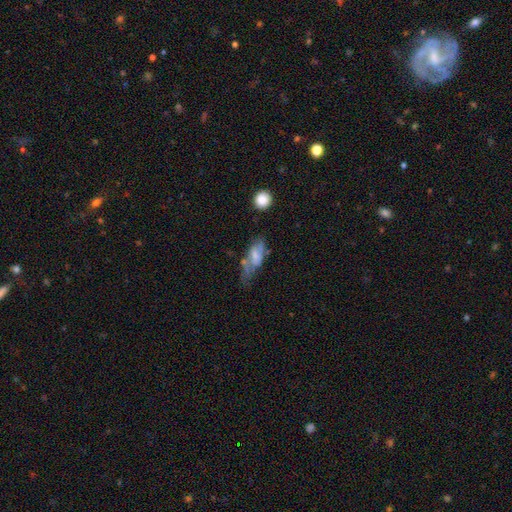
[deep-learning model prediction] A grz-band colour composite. It shows a smooth galaxy with no disk features (48%). Merging: none (30%, tied with major disturbance).